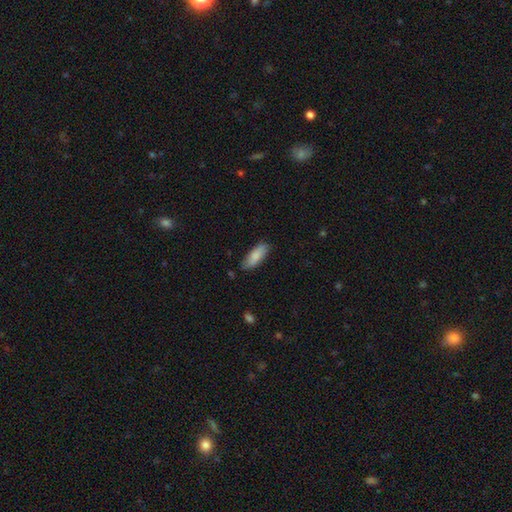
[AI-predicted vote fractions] Smooth or featured: smooth — 84% (featured or disk — 10%)
How rounded: in between — 68% (cigar-shaped — 30%)
Merging: none — 80% (minor disturbance — 16%)